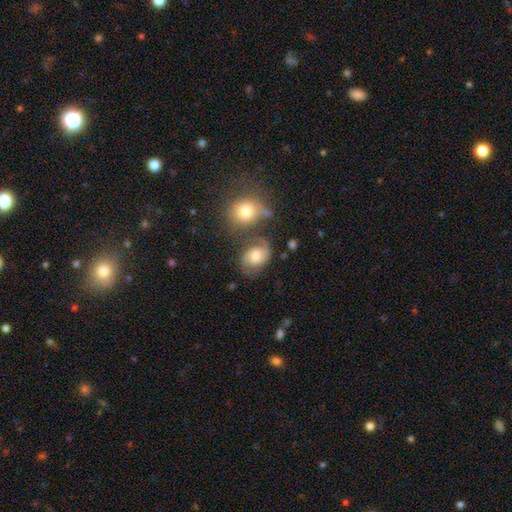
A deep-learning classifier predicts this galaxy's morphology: smooth_or_featured: featured or disk (p=0.49) [alt: smooth p=0.42]
merging: none (p=0.51) [alt: minor disturbance p=0.20]